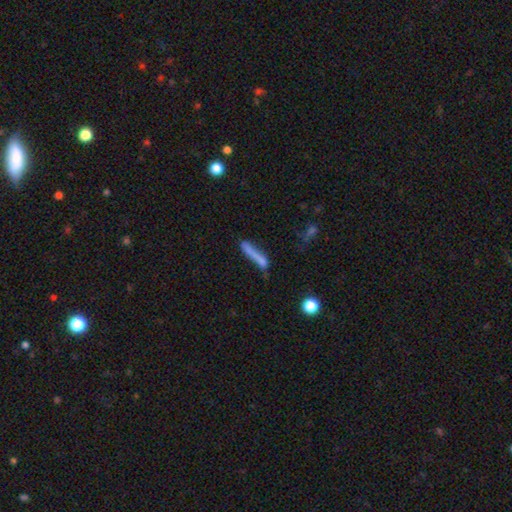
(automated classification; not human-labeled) Smooth or featured: smooth — 63% (featured or disk — 27%)
How rounded: cigar-shaped — 89% (in between — 8%)
Merging: none — 51% (minor disturbance — 21%)